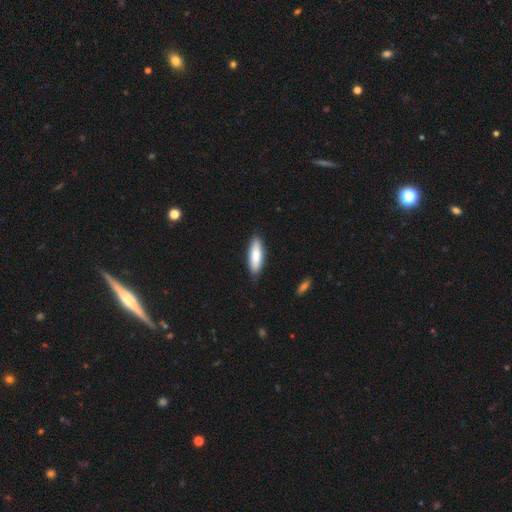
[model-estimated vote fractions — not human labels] Smooth or featured: smooth — 80% (featured or disk — 15%)
How rounded: in between — 51% (cigar-shaped — 48%)
Merging: none — 86% (minor disturbance — 11%)